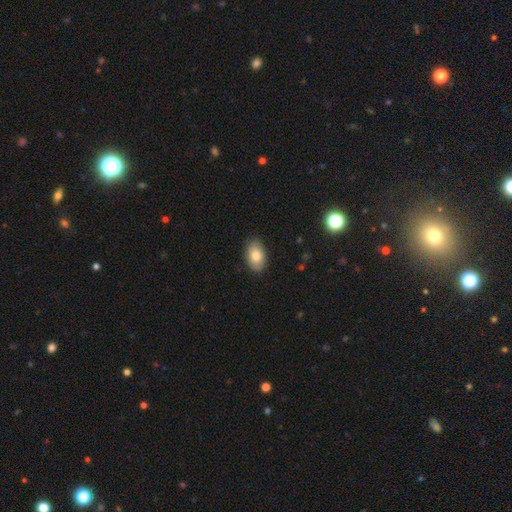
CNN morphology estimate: Q: Smooth or featured?
A: smooth (81%); runner-up: featured or disk (12%)
Q: How rounded?
A: in between (90%); runner-up: round (8%)
Q: Merging?
A: none (87%); runner-up: minor disturbance (10%)